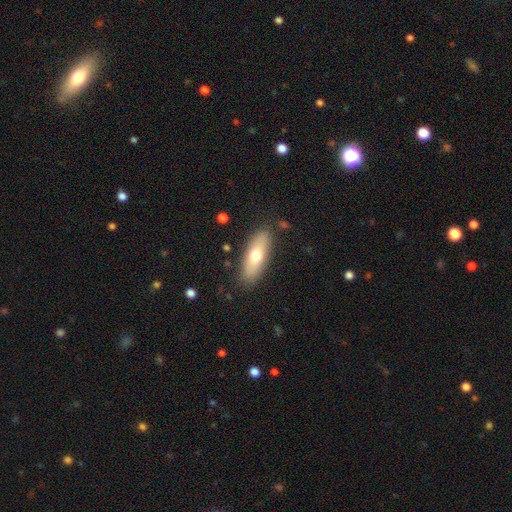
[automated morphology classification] Q: Smooth or featured?
A: smooth (66%); runner-up: featured or disk (28%)
Q: How rounded?
A: in between (63%); runner-up: cigar-shaped (34%)
Q: Merging?
A: none (84%); runner-up: minor disturbance (11%)